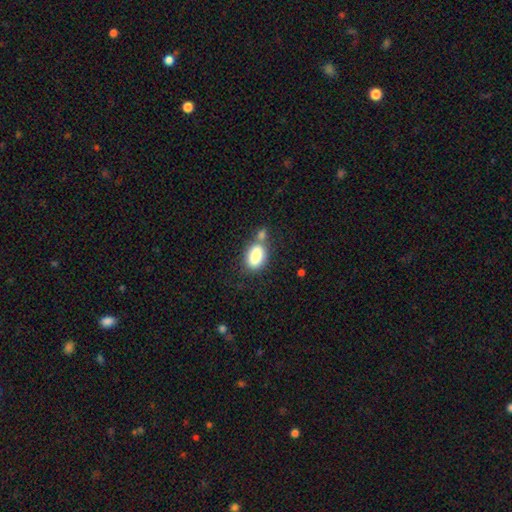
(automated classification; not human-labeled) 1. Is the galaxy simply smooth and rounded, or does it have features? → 84% smooth, 8% featured or disk, 8% star or artifact.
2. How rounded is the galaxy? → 86% in between, 12% round, 2% cigar-shaped.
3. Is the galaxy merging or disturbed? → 47% none, 33% merger, 15% minor disturbance, 5% major disturbance.